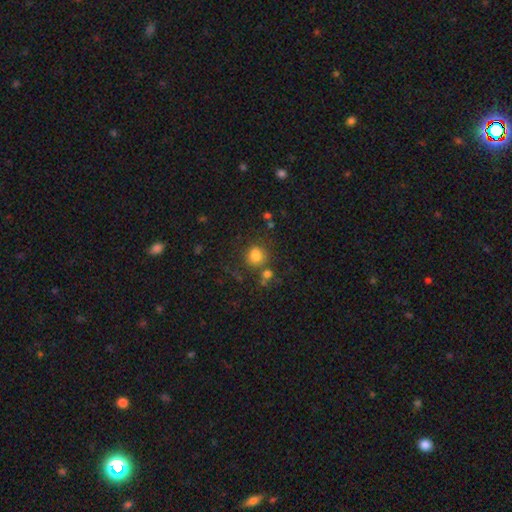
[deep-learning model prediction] A smooth galaxy with no disk features (80%) that is round (84%).

Vote fractions:
- Smooth or featured? smooth: 80% / star or artifact: 13% / featured or disk: 7%
- How rounded? round: 84% / in between: 15% / cigar-shaped: 1%
- Merging? none: 69% / merger: 13% / minor disturbance: 12% / major disturbance: 5%